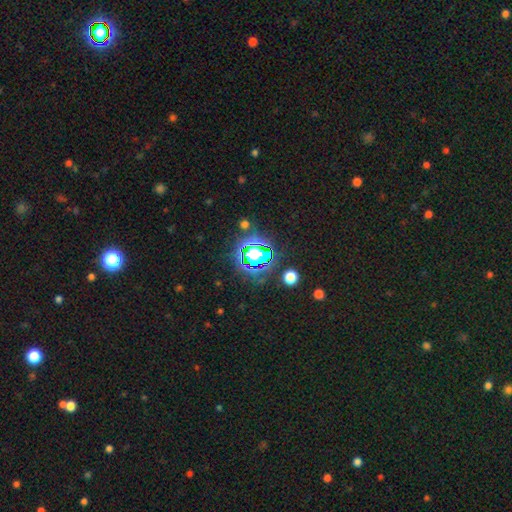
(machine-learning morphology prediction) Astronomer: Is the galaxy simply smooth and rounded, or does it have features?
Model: star or artifact — 59%.